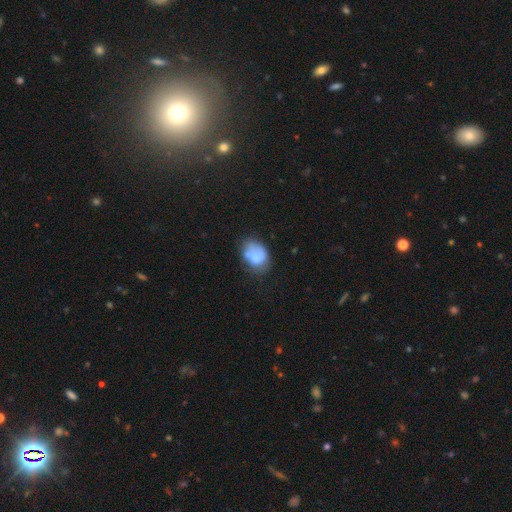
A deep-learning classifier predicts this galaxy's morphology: type=smooth (69%); roundness=in between (69%); merging=none (42%).